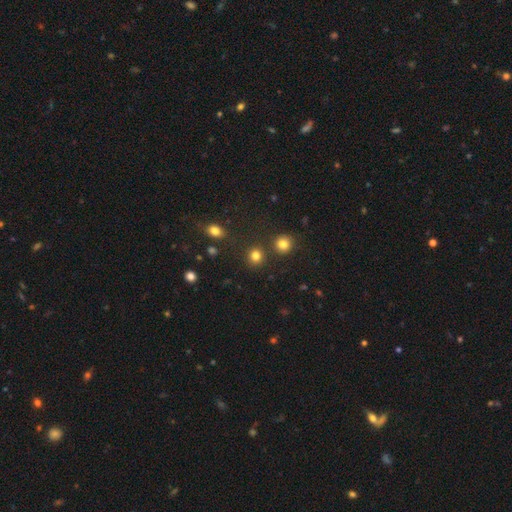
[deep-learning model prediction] The model was most divided on "smooth or featured": smooth: 81%, star or artifact: 13%, featured or disk: 5%. More confident: how rounded — round (88%); merging — none (84%).